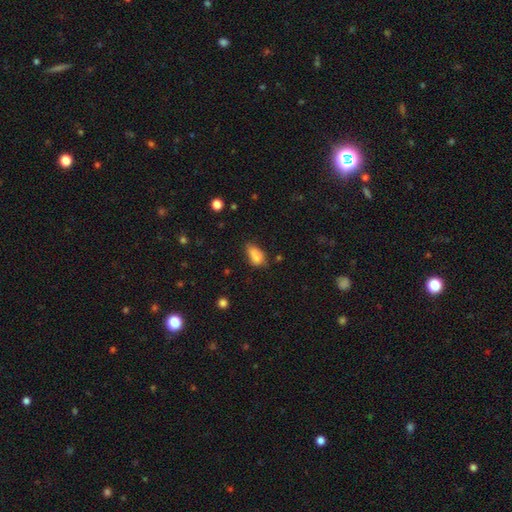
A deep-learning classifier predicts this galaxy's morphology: This appears to be a smooth galaxy with no disk features (82%) that is in between round and cigar-shaped (88%). Merging: none (48%).